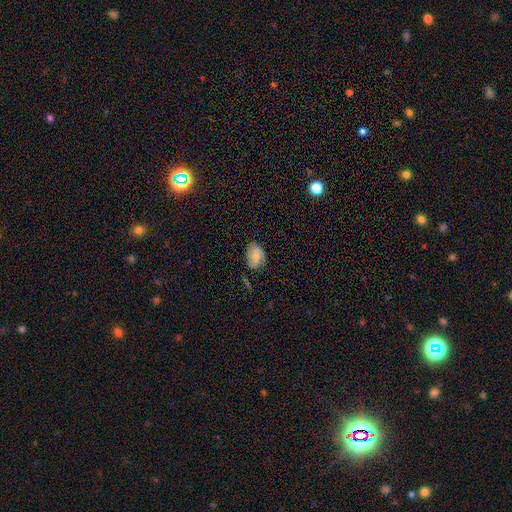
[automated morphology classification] smooth 70%, featured or disk 20%, star or artifact 10%. Down the decision tree: how rounded — in between (79%); merging — none (59%).